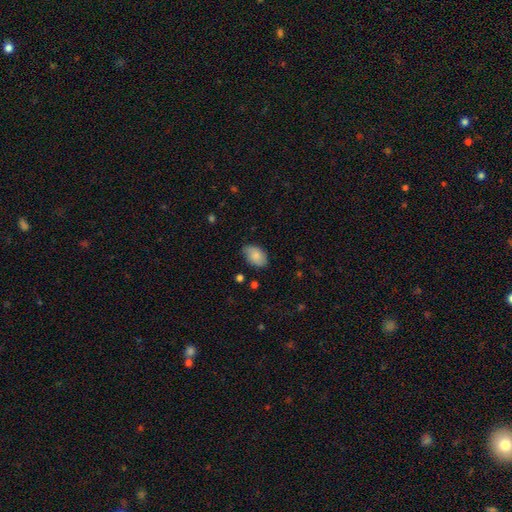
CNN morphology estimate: The model was most divided on "merging": none: 74%, minor disturbance: 21%, major disturbance: 3%, merger: 1%. More confident: how rounded — in between (89%); smooth or featured — smooth (82%).